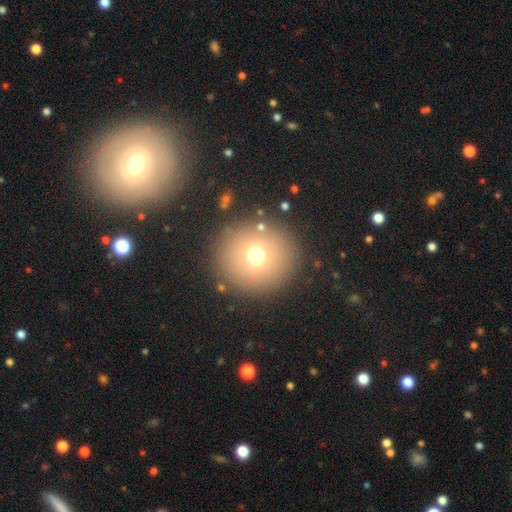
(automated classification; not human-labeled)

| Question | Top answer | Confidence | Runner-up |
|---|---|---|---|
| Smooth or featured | smooth | 66% | star or artifact (20%) |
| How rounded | round | 92% | in between (7%) |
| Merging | none | 85% | minor disturbance (7%) |